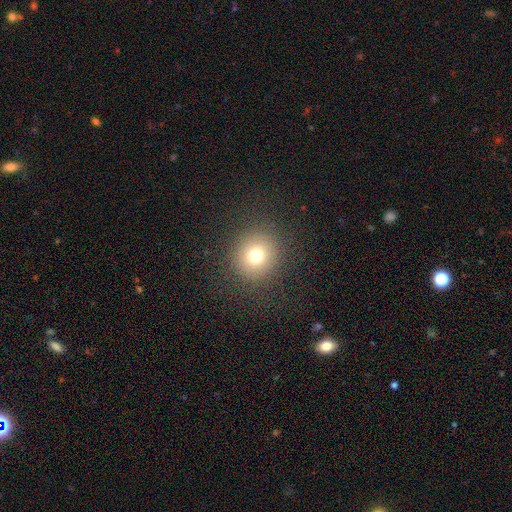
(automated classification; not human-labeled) A smooth galaxy with no disk features (72%) that is round (91%). Merging: none (89%).